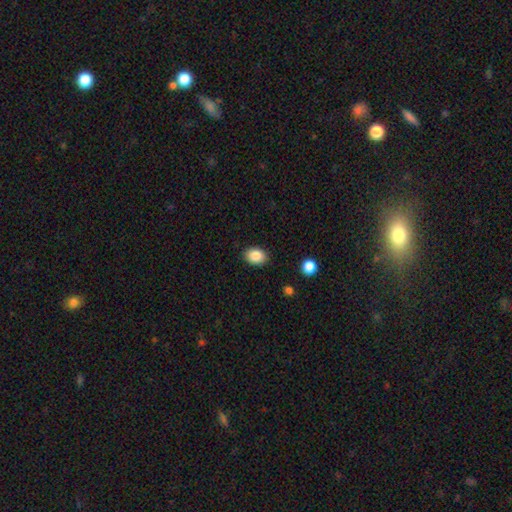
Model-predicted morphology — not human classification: Overall: smooth (87%). How rounded: in between (71%). Merging: none (87%).